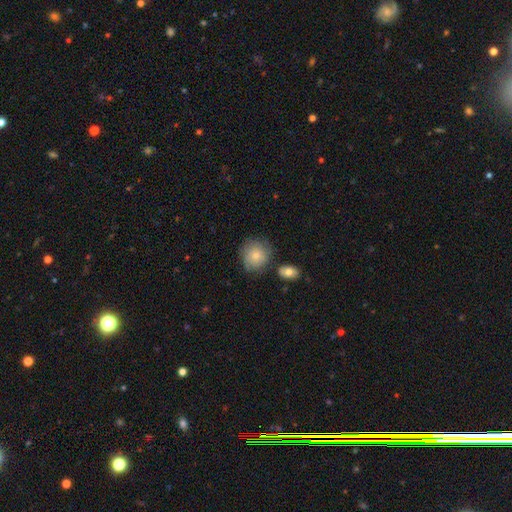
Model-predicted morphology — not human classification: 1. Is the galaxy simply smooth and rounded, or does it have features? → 70% smooth, 22% featured or disk, 8% star or artifact.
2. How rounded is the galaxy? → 86% round, 13% in between, 1% cigar-shaped.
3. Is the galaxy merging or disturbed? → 69% none, 20% minor disturbance, 6% merger, 5% major disturbance.